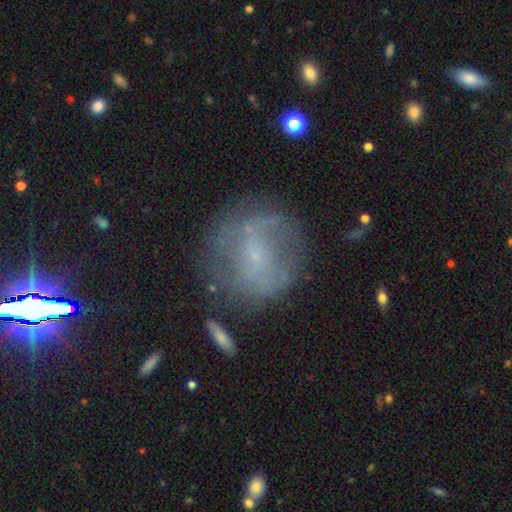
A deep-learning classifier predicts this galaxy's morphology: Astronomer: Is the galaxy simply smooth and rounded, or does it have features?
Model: featured or disk — 50% (runner-up: smooth, 34%).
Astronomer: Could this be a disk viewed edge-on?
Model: no — 96%.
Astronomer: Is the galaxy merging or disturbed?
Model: none — 64%.